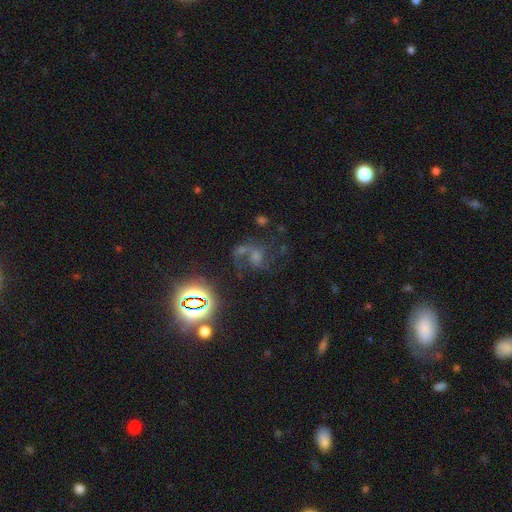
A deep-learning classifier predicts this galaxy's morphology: Smooth or featured?
  - featured or disk: 51% *
  - star or artifact: 34%
  - smooth: 15%
Edge-on disk?
  - no: 96% *
  - yes: 4%
Merging?
  - none: 48% *
  - major disturbance: 24%
  - minor disturbance: 16%
  - merger: 12%